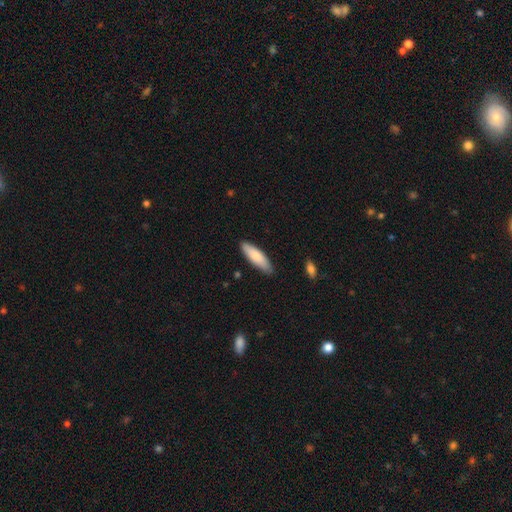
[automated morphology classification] Overall: smooth (81%). How rounded: cigar-shaped (54%; in between 45%). Merging: none (85%).